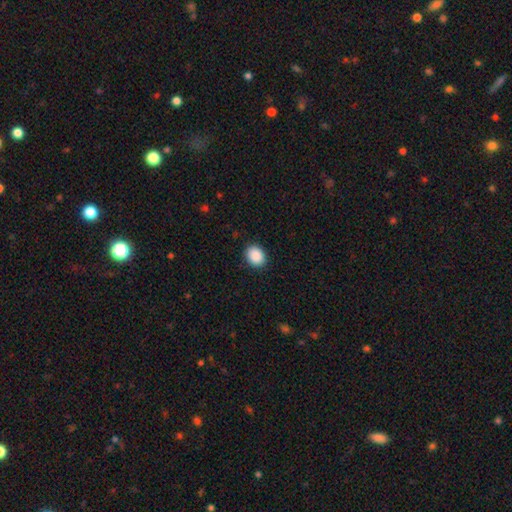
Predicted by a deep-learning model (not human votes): Q: Smooth or featured?
A: smooth (90%); runner-up: star or artifact (7%)
Q: How rounded?
A: in between (52%); runner-up: round (48%)
Q: Merging?
A: none (88%); runner-up: minor disturbance (9%)